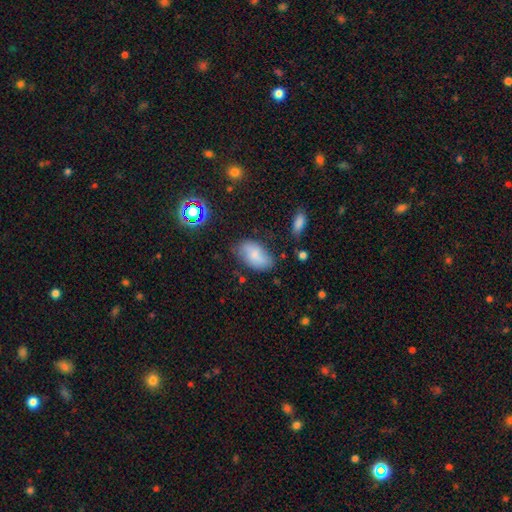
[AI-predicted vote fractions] The model was most divided on "merging": none: 65%, minor disturbance: 24%, major disturbance: 6%, merger: 4%. More confident: how rounded — in between (93%); smooth or featured — smooth (74%).